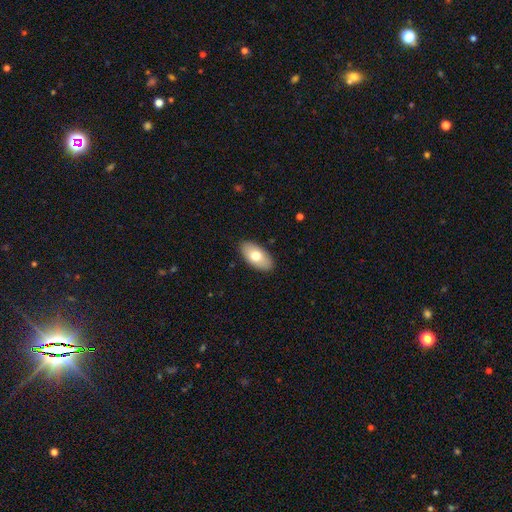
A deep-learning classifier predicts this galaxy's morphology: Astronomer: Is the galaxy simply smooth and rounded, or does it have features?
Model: smooth — 71%.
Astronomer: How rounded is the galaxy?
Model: in between — 94%.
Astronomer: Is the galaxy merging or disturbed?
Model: none — 88%.